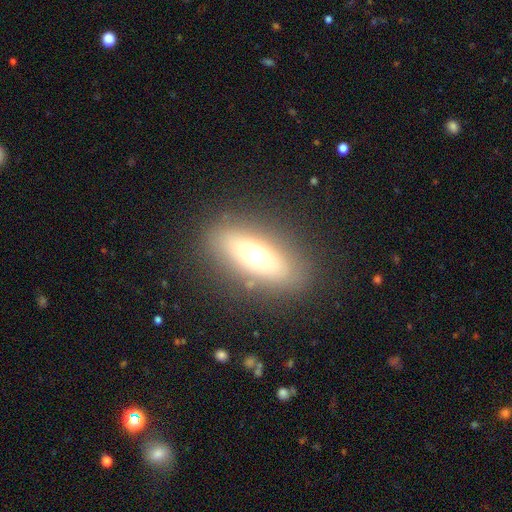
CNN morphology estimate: smooth-or-featured: smooth: 54% | featured or disk: 37% | star or artifact: 9%
  how-rounded: in between: 70% | cigar-shaped: 24% | round: 6%
  merging: none: 84% | minor disturbance: 10% | major disturbance: 4% | merger: 2%